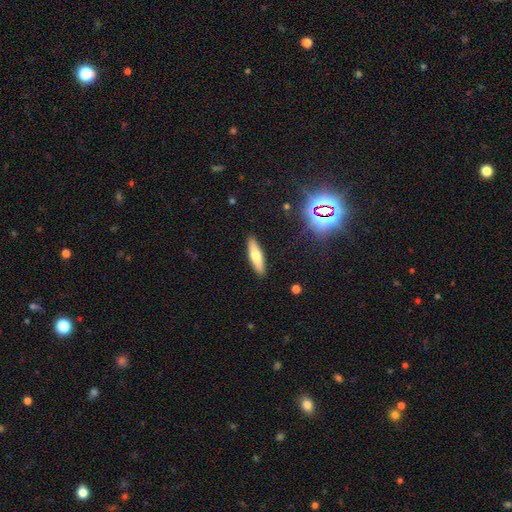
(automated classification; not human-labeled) Smooth or featured? Predicted: smooth (p=0.60). How rounded? Predicted: cigar-shaped (p=0.69). Merging? Predicted: none (p=0.90).